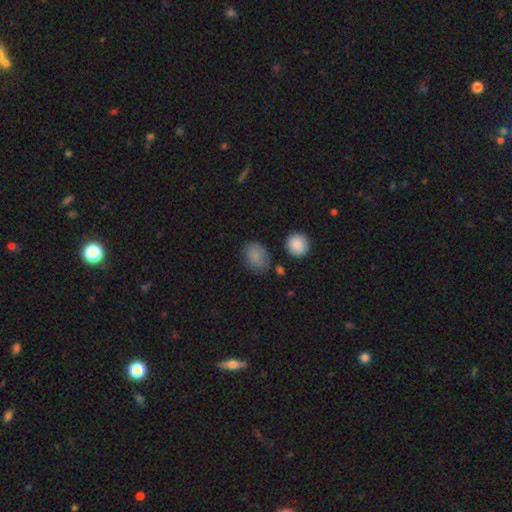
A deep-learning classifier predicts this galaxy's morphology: This is clearly a smooth galaxy (83%). How rounded: likely in between (62%). Merging: likely none (65%).